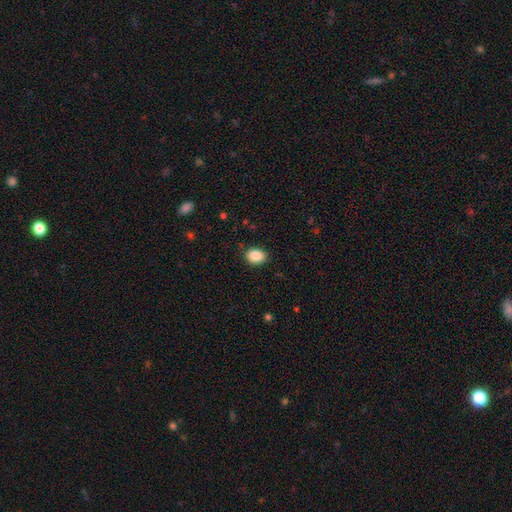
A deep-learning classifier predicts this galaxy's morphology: Smooth or featured? smooth (88%)
How rounded? in between (64%)
Merging? none (87%)